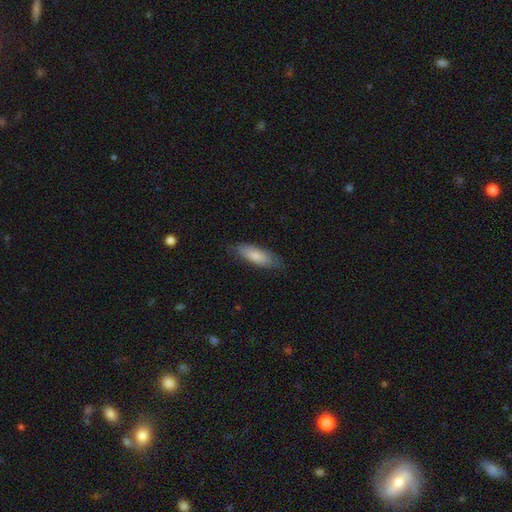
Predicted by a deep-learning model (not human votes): smooth-or-featured: smooth: 82% | featured or disk: 13% | star or artifact: 5%
  how-rounded: in between: 54% | cigar-shaped: 45% | round: 2%
  merging: none: 81% | minor disturbance: 15% | major disturbance: 3% | merger: 1%